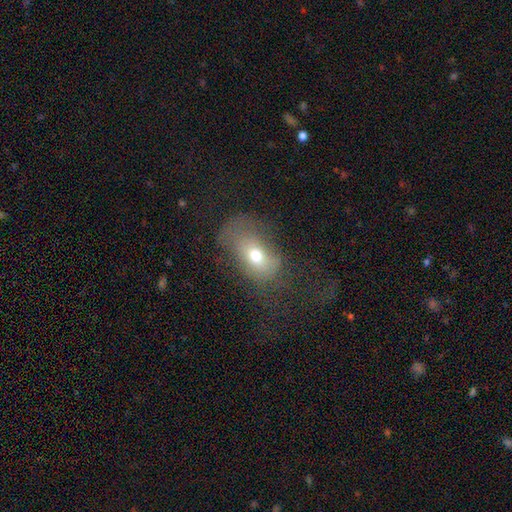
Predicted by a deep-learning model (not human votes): A smooth galaxy with no disk features (64%) that is in between round and cigar-shaped (81%). Merging: none (37%).